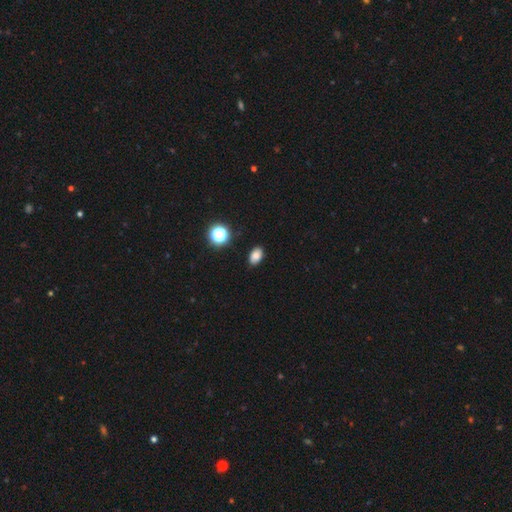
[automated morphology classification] This appears to be a smooth galaxy with no disk features (82%) that is in between round and cigar-shaped (86%). Merging: none (88%).